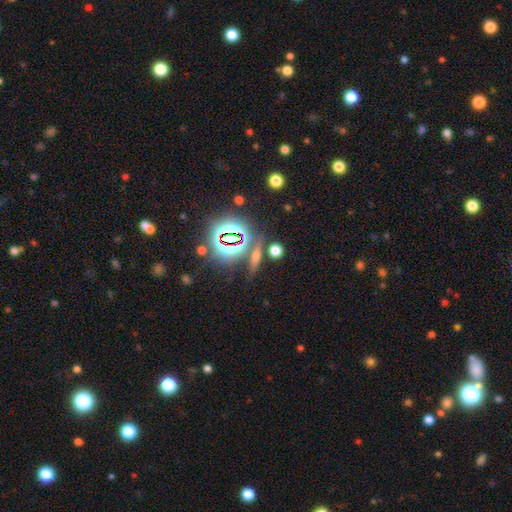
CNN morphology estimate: Smooth or featured?
  - smooth: 42% *
  - star or artifact: 37%
  - featured or disk: 22%
Merging?
  - none: 78% *
  - merger: 9%
  - minor disturbance: 9%
  - major disturbance: 4%